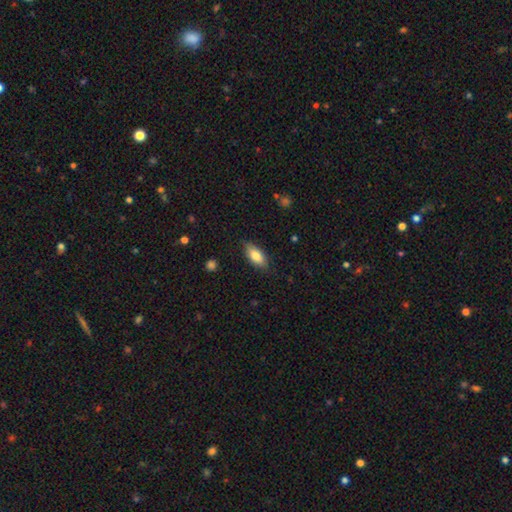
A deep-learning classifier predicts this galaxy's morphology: A smooth galaxy with no disk features (81%) that is in between round and cigar-shaped (85%).

Vote fractions:
- Smooth or featured? smooth: 81% / featured or disk: 12% / star or artifact: 7%
- How rounded? in between: 85% / cigar-shaped: 13% / round: 3%
- Merging? none: 83% / minor disturbance: 13% / major disturbance: 3% / merger: 1%